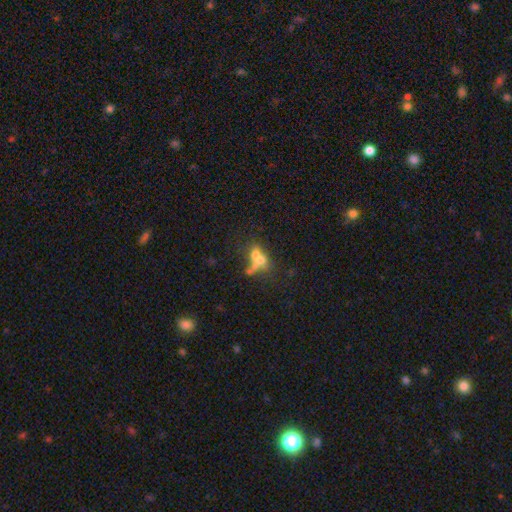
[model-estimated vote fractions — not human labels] Morphology: type=smooth (49%); merging=merger (54%).